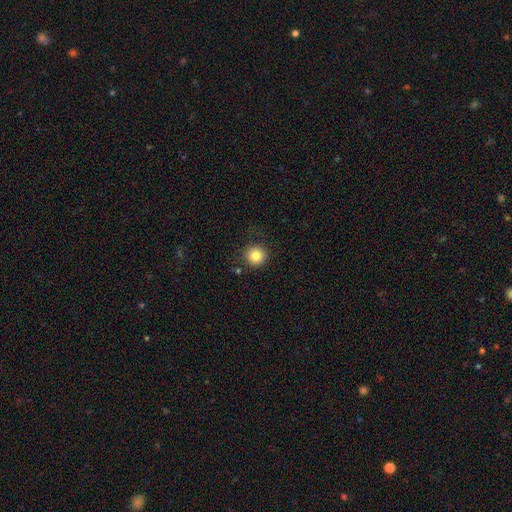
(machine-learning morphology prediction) A smooth galaxy with no disk features (84%) that is round (93%).

Vote fractions:
- Smooth or featured? smooth: 84% / star or artifact: 10% / featured or disk: 6%
- How rounded? round: 93% / in between: 6% / cigar-shaped: 1%
- Merging? none: 83% / minor disturbance: 11% / major disturbance: 4% / merger: 3%